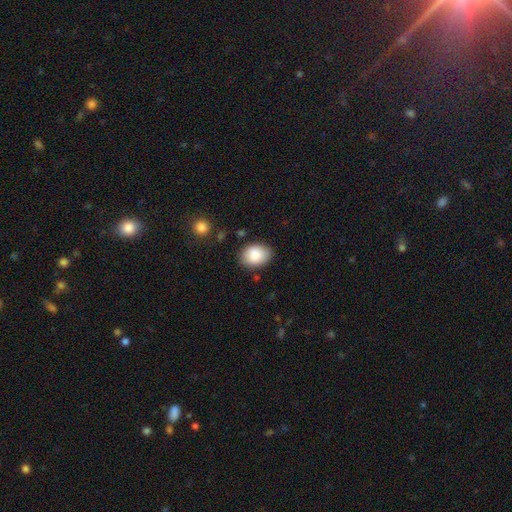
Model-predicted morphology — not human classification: A smooth galaxy with no disk features (88%) that is in between round and cigar-shaped (74%). Merging: none (82%).